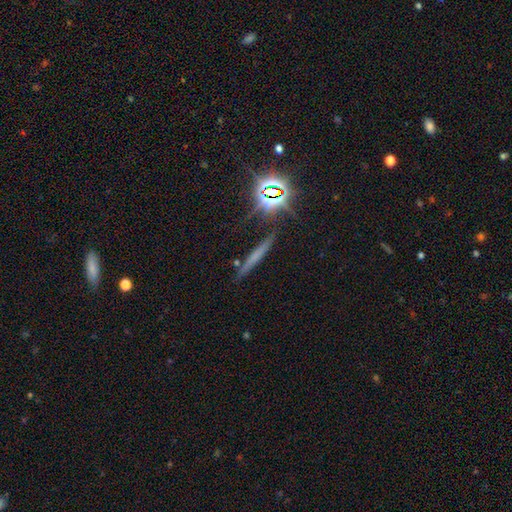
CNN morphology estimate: The model was most divided on "smooth or featured": smooth: 44%, featured or disk: 31%, star or artifact: 25%. More confident: merging — none (84%).